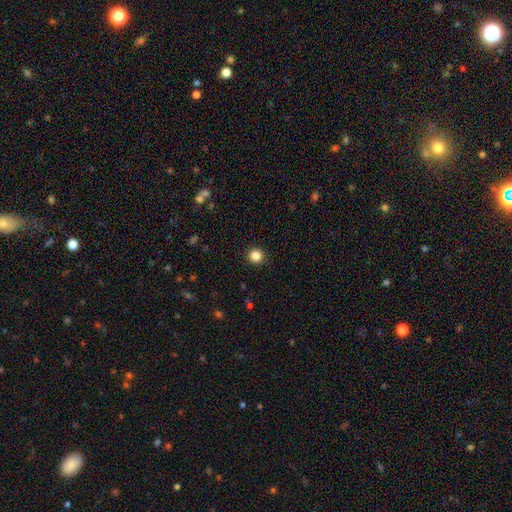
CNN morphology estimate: Overall: smooth (85%). How rounded: round (95%). Merging: none (93%).